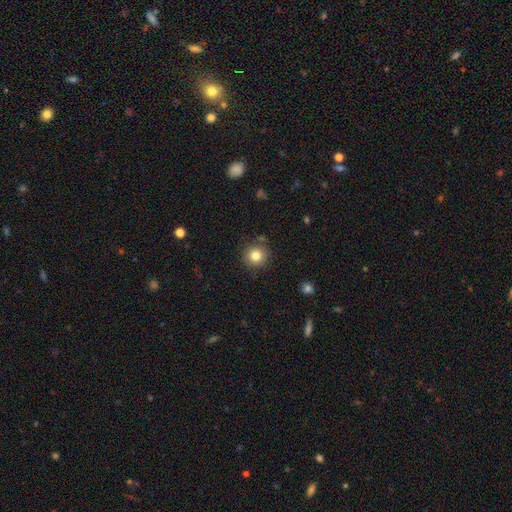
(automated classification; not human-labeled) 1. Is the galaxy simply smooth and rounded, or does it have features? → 82% smooth, 11% star or artifact, 7% featured or disk.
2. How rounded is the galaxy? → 93% round, 6% in between, 1% cigar-shaped.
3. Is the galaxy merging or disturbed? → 87% none, 8% minor disturbance, 3% merger, 2% major disturbance.